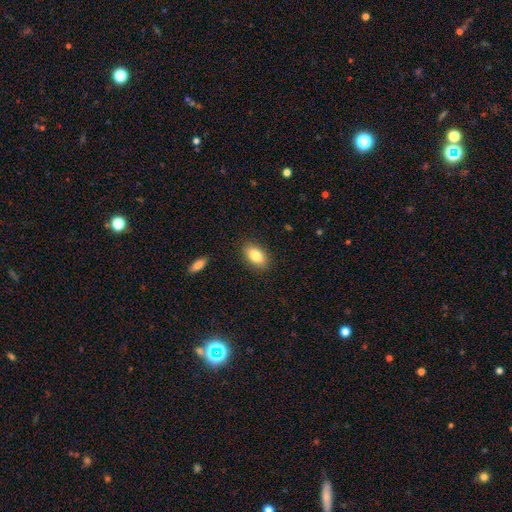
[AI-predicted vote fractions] Smooth or featured? Predicted: smooth (p=0.84). How rounded? Predicted: in between (p=0.91). Merging? Predicted: none (p=0.87).